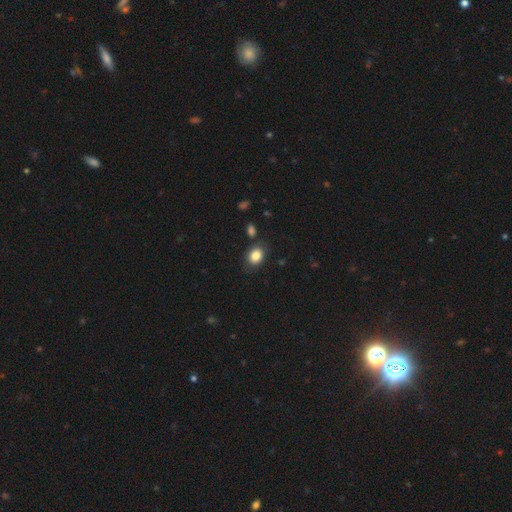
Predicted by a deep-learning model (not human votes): A smooth galaxy with no disk features (84%) that is in between round and cigar-shaped (57%). Merging: none (80%).